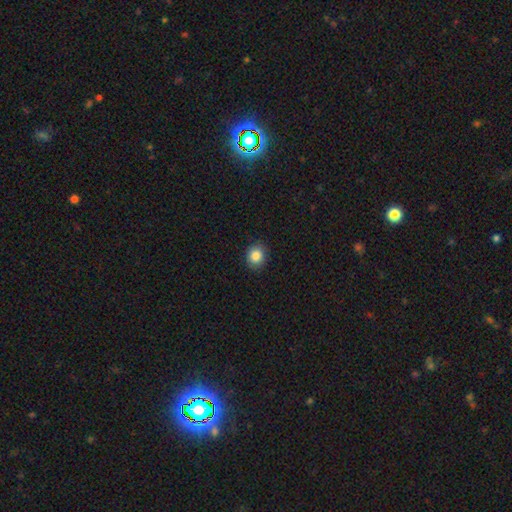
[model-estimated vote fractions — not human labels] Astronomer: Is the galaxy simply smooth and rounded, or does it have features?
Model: smooth — 86%.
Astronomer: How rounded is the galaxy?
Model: round — 74%.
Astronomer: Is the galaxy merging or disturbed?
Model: none — 89%.